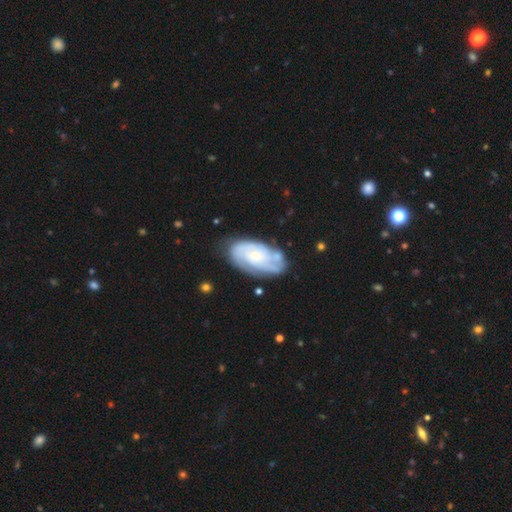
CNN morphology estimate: smooth-or-featured: featured or disk: 76% | smooth: 19% | star or artifact: 6%
  disk-edge-on: no: 95% | yes: 5%
    bar: no: 72% | weak: 24% | strong: 4%
    has-spiral-arms: yes: 91% | no: 9%
      spiral-winding: tight: 62% | medium: 30% | loose: 8%
      spiral-arm-count: can't tell: 36% | 2: 30% | 3: 20% | 4: 7% | 1: 4% | more than 4: 4%
    bulge-size: small: 65% | moderate: 30% | none: 2% | large: 2% | dominant: 1%
  merging: none: 70% | minor disturbance: 20% | major disturbance: 6% | merger: 3%